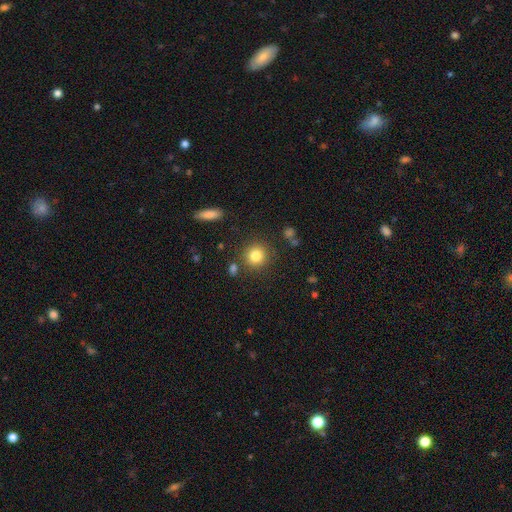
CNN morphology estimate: A smooth galaxy with no disk features (82%) that is round (91%). Merging: none (85%).